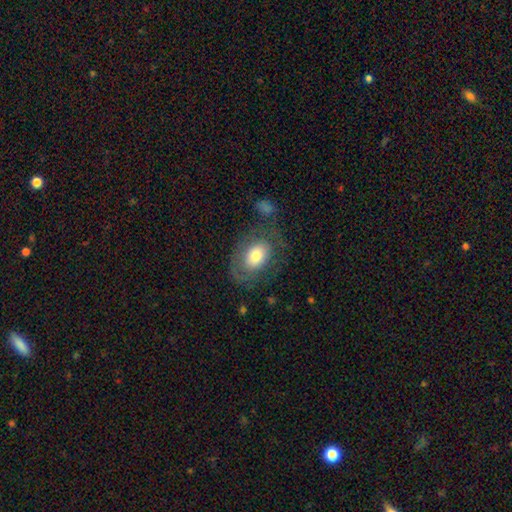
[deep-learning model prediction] The model was most divided on "smooth or featured": smooth: 61%, featured or disk: 31%, star or artifact: 8%. More confident: how rounded — in between (80%); merging — none (57%).